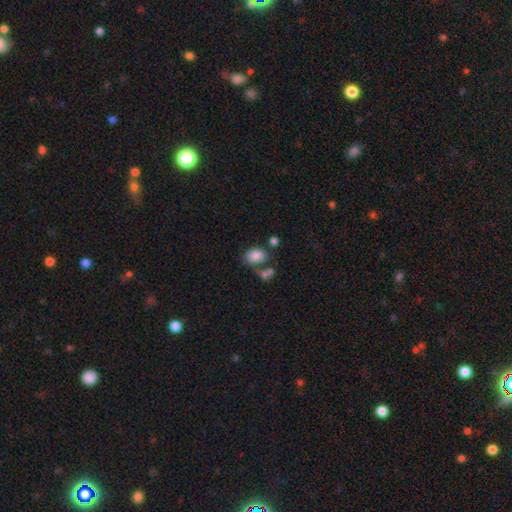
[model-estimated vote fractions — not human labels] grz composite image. It shows a smooth galaxy with no disk features (84%) that is in between round and cigar-shaped (74%). Merging: none (57%).